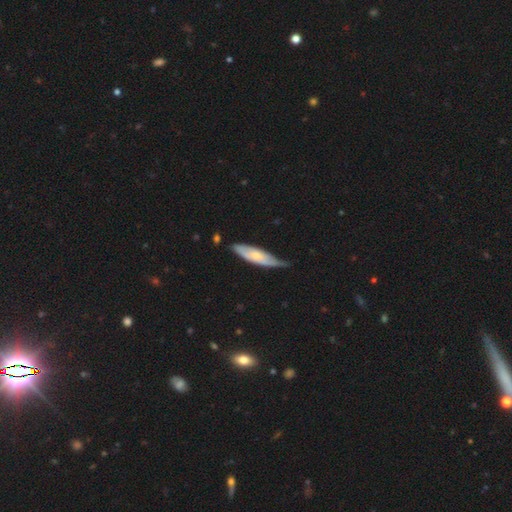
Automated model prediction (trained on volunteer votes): smooth-or-featured: smooth: 48% | featured or disk: 47% | star or artifact: 5%
  merging: none: 50% | minor disturbance: 38% | major disturbance: 9% | merger: 3%